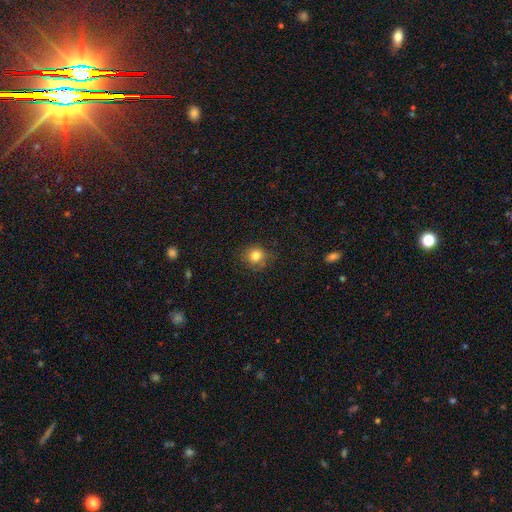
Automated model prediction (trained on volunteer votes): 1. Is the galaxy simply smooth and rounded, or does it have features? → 81% smooth, 12% star or artifact, 7% featured or disk.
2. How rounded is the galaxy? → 87% round, 12% in between, 1% cigar-shaped.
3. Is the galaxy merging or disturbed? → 84% none, 12% minor disturbance, 3% major disturbance, 1% merger.